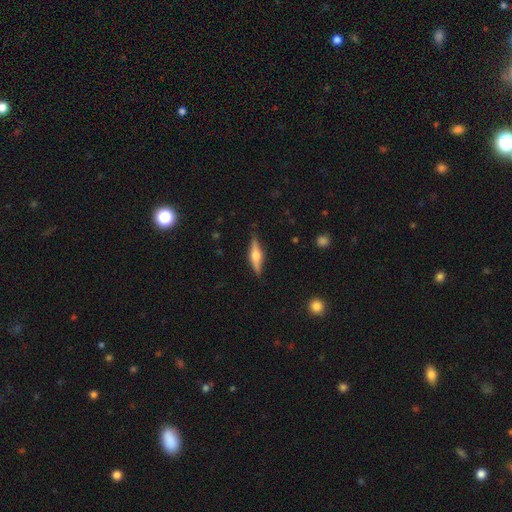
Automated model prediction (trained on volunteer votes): A featured or disk galaxy (65%) viewed edge-on (96%) with a rounded central bulge (90%). Merging: none (85%).